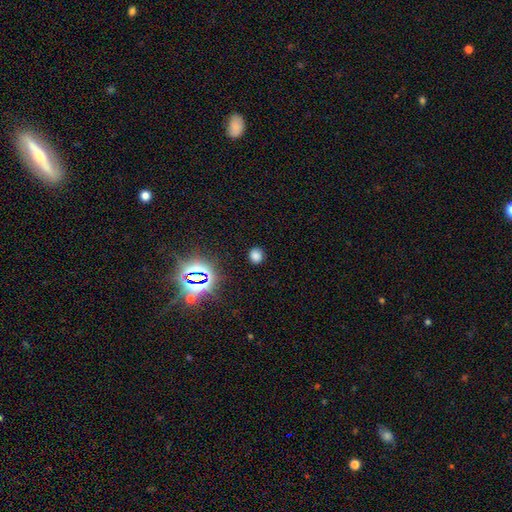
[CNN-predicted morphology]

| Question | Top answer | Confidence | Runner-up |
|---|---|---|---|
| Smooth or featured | smooth | 71% | star or artifact (24%) |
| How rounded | round | 76% | in between (23%) |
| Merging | none | 86% | minor disturbance (9%) |